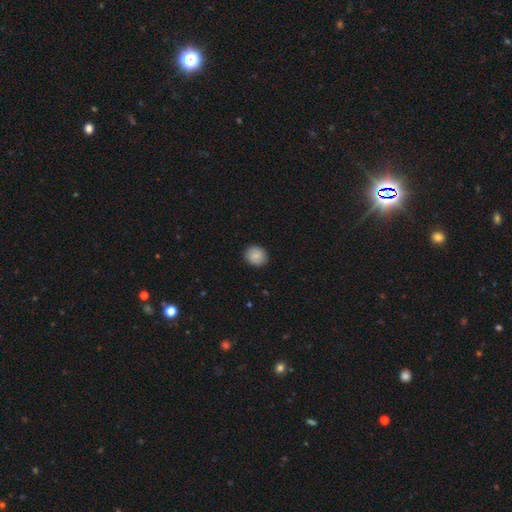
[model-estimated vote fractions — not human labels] Overall: smooth (86%). How rounded: round (80%). Merging: none (89%).